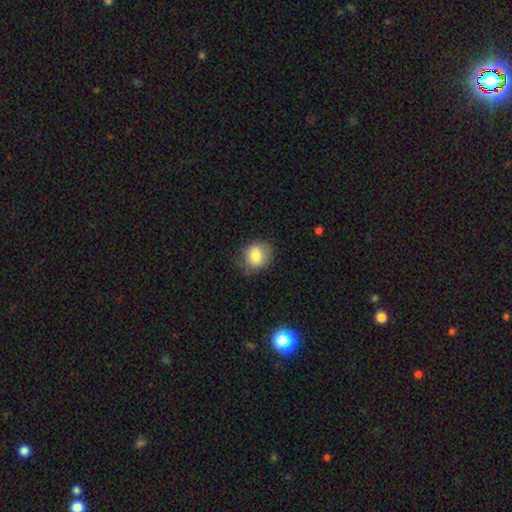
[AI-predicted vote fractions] smooth 80%, featured or disk 11%, star or artifact 9%. Down the decision tree: how rounded — round (69%); merging — none (75%).